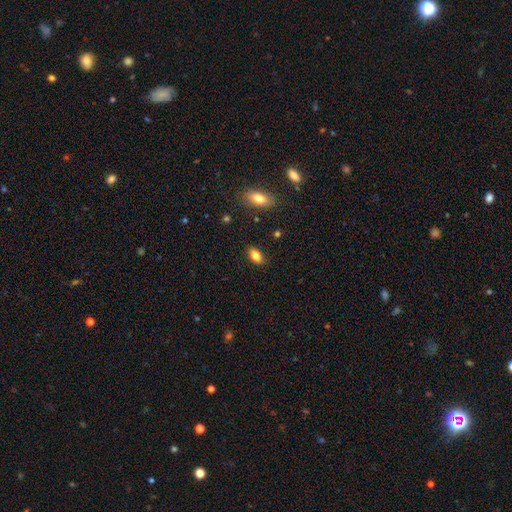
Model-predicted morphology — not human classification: Overall: smooth (82%). How rounded: in between (89%). Merging: none (86%).